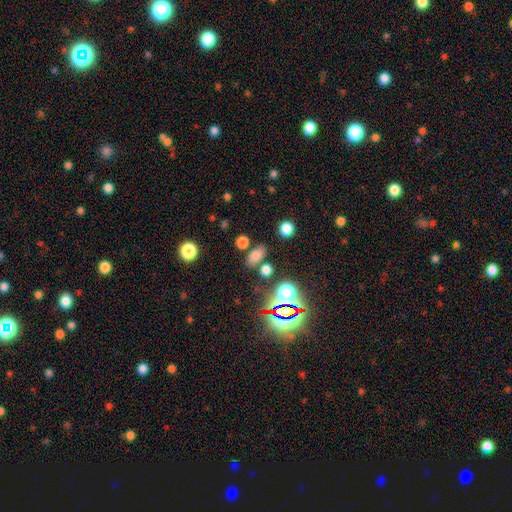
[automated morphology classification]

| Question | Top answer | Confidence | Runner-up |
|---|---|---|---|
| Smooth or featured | smooth | 68% | star or artifact (24%) |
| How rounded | in between | 82% | round (14%) |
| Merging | none | 73% | minor disturbance (12%) |